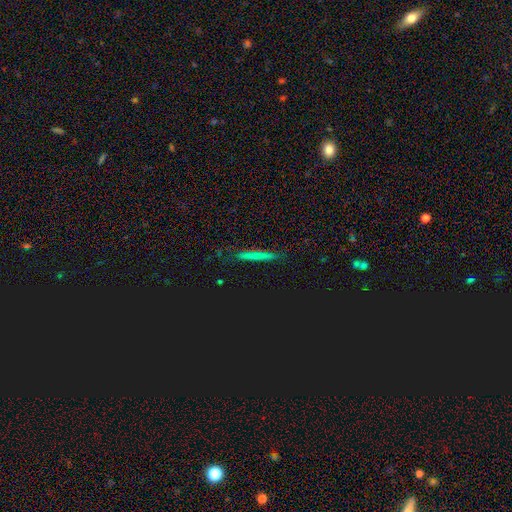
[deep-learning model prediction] smooth-or-featured: smooth: 59% | star or artifact: 22% | featured or disk: 19%
  how-rounded: cigar-shaped: 92% | in between: 5% | round: 3%
  merging: none: 84% | minor disturbance: 12% | major disturbance: 2% | merger: 2%